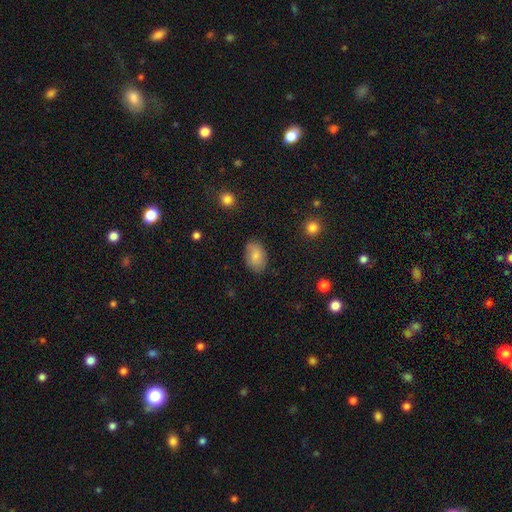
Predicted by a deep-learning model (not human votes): The model was most divided on "smooth or featured": smooth: 76%, featured or disk: 16%, star or artifact: 8%. More confident: how rounded — in between (86%); merging — none (79%).